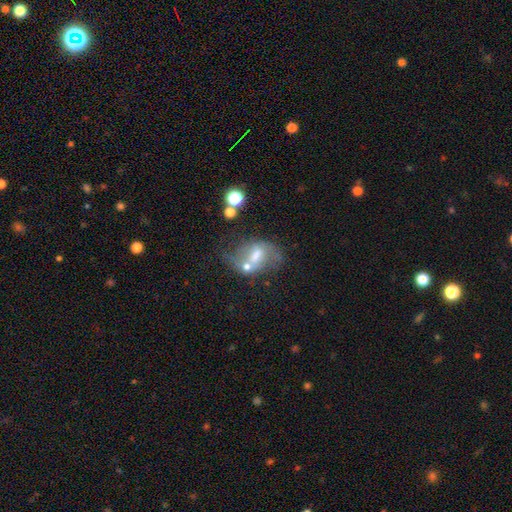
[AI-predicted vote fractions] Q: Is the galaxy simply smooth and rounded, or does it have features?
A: featured or disk — 59%.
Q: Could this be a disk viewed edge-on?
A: no — 96%.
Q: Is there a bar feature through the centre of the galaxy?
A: weak — 45%.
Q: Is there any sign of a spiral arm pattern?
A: yes — 65%.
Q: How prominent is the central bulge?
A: moderate — 50%.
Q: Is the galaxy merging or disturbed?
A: none — 36%.